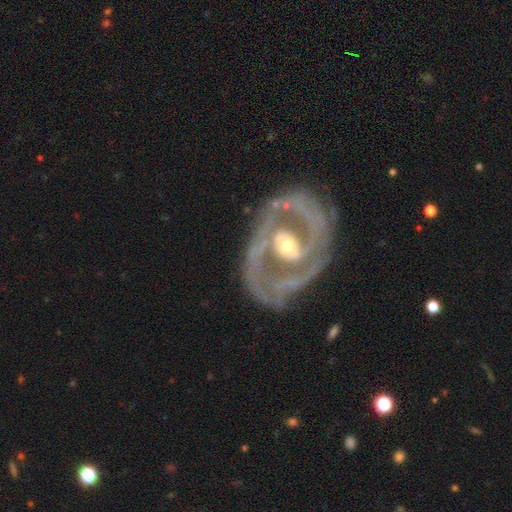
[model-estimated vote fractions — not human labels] A featured or disk galaxy (88%) with no bar (47%), 2 (63%) tight (51%) spiral arms (85%) and a moderate central bulge (59%).

Vote fractions:
- Smooth or featured? featured or disk: 88% / smooth: 7% / star or artifact: 5%
- Edge-on disk? no: 96% / yes: 4%
- Bar? no: 47% / weak: 30% / strong: 23%
- Spiral arms? yes: 85% / no: 15%
- Spiral winding? tight: 51% / medium: 37% / loose: 12%
- Spiral arm count? 2: 63% / can't tell: 14% / 3: 10% / 1: 5% / 4: 4% / more than 4: 3%
- Bulge size? moderate: 59% / small: 33% / large: 5% / dominant: 1% / none: 1%
- Merging? none: 69% / minor disturbance: 18% / major disturbance: 11% / merger: 2%